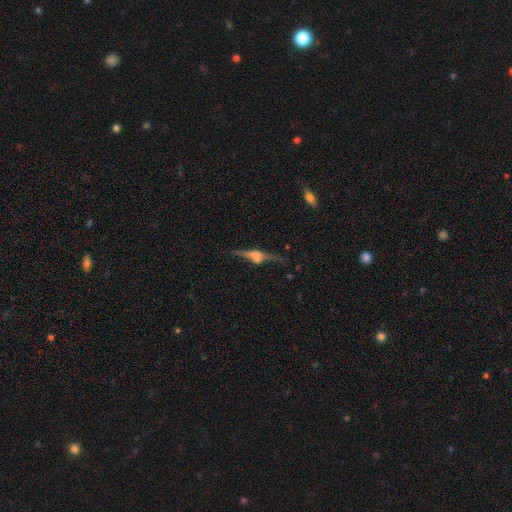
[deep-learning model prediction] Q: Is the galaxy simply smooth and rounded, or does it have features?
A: featured or disk — 82%.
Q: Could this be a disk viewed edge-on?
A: yes — 96%.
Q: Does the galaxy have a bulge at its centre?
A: rounded — 88%.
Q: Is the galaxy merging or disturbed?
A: none — 76%.